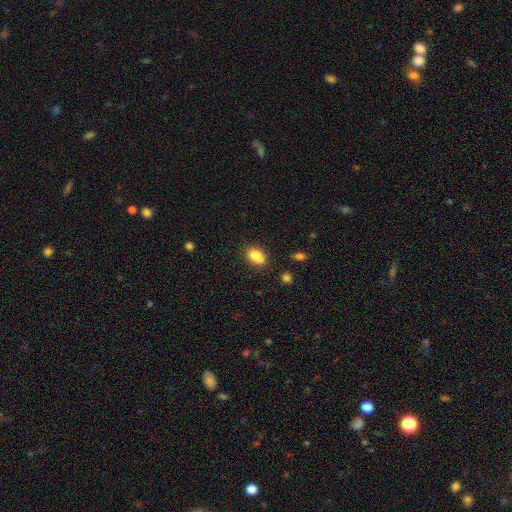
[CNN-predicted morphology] type=smooth (80%); roundness=in between (74%); merging=none (57%).